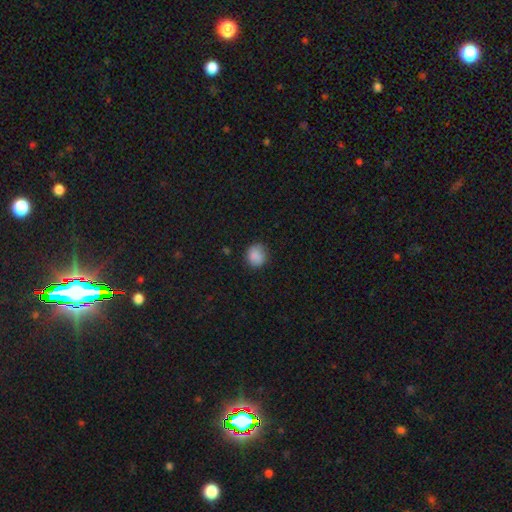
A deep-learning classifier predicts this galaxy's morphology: type=smooth (87%); roundness=round (81%); merging=none (80%).